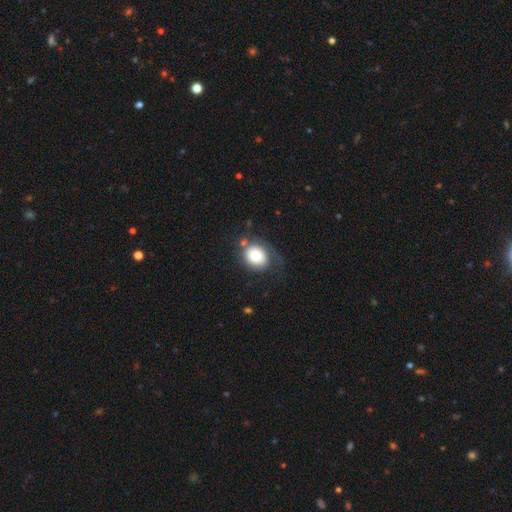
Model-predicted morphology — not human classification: Overall: smooth (74%). How rounded: round (52%; in between 47%). Merging: none (49%; minor disturbance 25%).